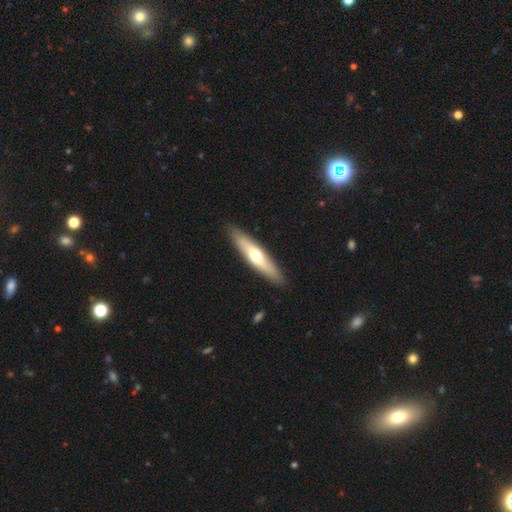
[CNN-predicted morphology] Q: Smooth or featured?
A: smooth (50%); runner-up: featured or disk (45%)
Q: How rounded?
A: cigar-shaped (81%); runner-up: in between (18%)
Q: Merging?
A: none (90%); runner-up: minor disturbance (8%)